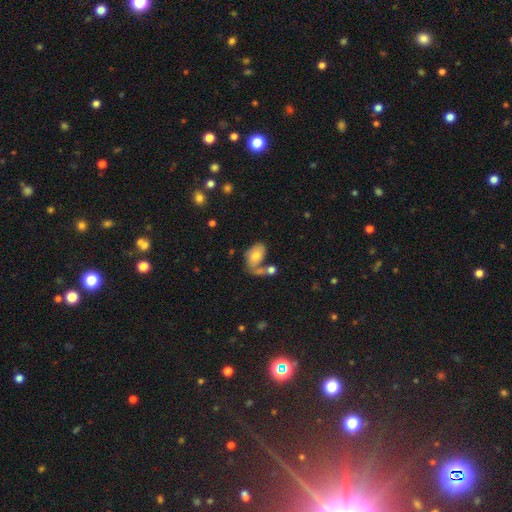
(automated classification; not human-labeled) Smooth or featured: smooth — 65% (featured or disk — 28%)
How rounded: in between — 88% (round — 10%)
Merging: none — 35% (merger — 34%)